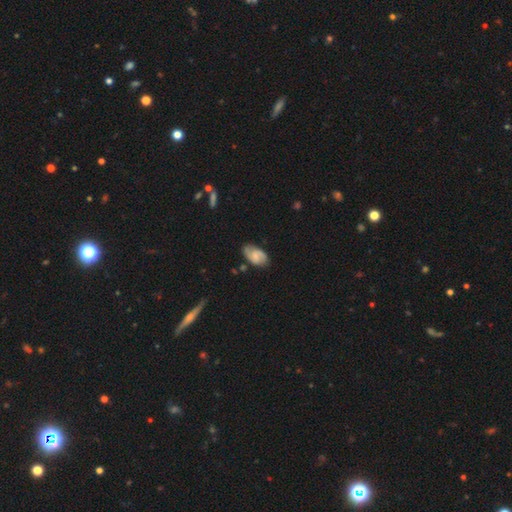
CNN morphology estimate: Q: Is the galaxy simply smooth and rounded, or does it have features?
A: featured or disk — 60%.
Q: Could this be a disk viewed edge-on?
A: no — 96%.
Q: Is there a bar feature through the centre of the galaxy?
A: no — 52%.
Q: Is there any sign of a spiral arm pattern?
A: yes — 91%.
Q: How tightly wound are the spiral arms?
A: medium — 46%.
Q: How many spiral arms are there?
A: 2 — 83%.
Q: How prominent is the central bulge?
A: small — 50%.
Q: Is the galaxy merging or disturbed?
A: none — 73%.